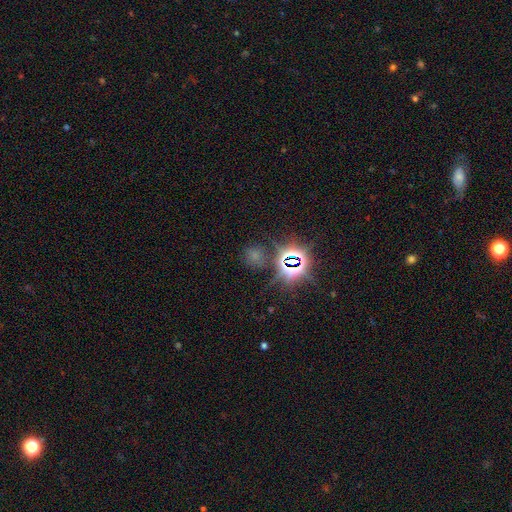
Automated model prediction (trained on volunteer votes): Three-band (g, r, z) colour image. It shows a star or artifact, not a galaxy (50%).